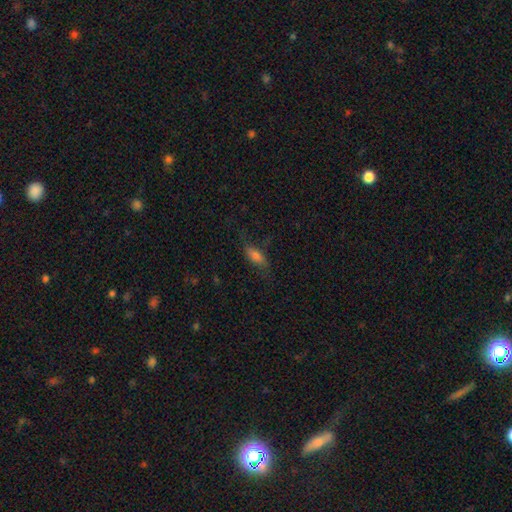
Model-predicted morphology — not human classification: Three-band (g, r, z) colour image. It shows a smooth galaxy with no disk features (70%) that is in between round and cigar-shaped (70%). Merging: none (63%).